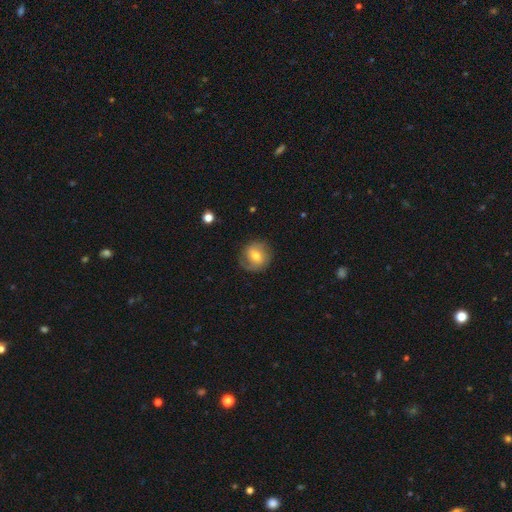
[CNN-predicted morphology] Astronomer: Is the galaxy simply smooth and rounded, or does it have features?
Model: smooth — 55% (runner-up: featured or disk, 36%).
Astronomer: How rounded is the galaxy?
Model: round — 83%.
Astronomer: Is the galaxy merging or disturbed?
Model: none — 76%.